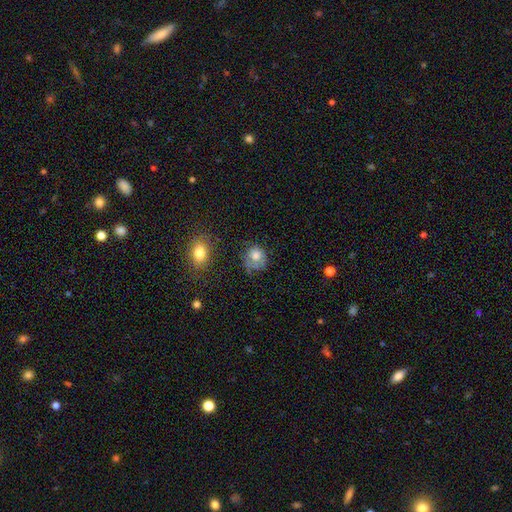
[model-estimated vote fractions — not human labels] A smooth galaxy with no disk features (73%) that is round (75%). Merging: none (52%).